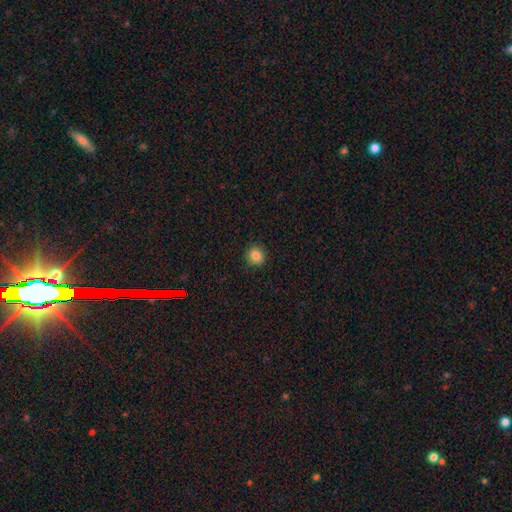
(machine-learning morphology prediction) Smooth or featured? smooth (84%)
How rounded? round (85%)
Merging? none (90%)